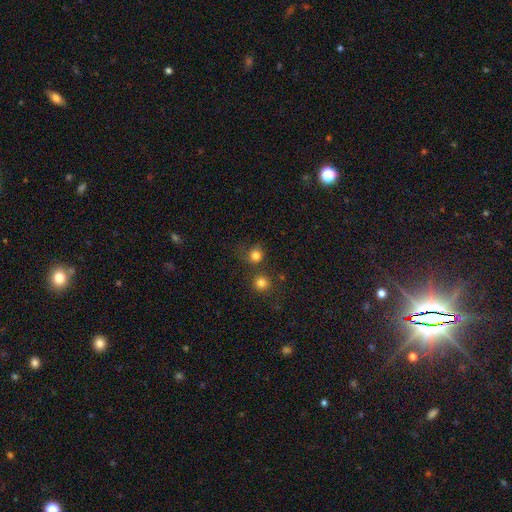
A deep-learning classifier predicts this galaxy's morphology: Overall: smooth (80%). How rounded: round (87%). Merging: none (65%).